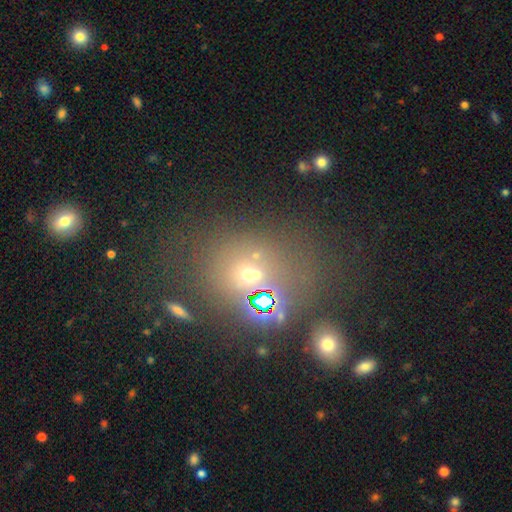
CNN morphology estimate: Smooth or featured: smooth — 51% (star or artifact — 33%)
How rounded: round — 60% (in between — 38%)
Merging: none — 57% (merger — 21%)